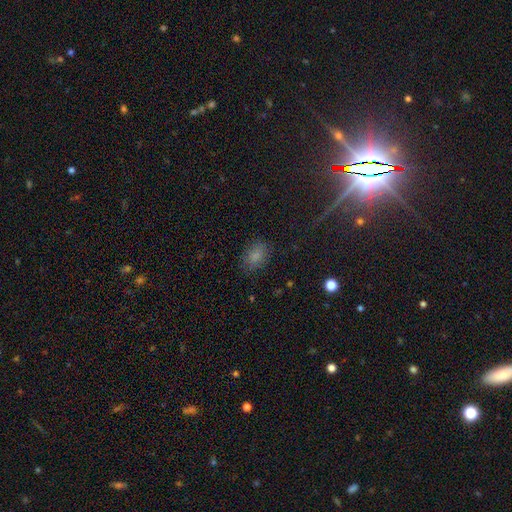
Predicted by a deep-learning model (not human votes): Q: Smooth or featured?
A: smooth (79%); runner-up: star or artifact (14%)
Q: How rounded?
A: in between (76%); runner-up: round (23%)
Q: Merging?
A: none (80%); runner-up: minor disturbance (15%)